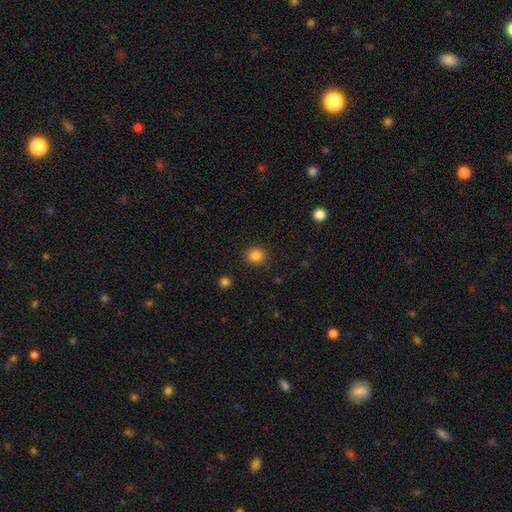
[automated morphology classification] Q: Smooth or featured?
A: smooth (85%); runner-up: star or artifact (12%)
Q: How rounded?
A: round (87%); runner-up: in between (12%)
Q: Merging?
A: none (89%); runner-up: minor disturbance (7%)